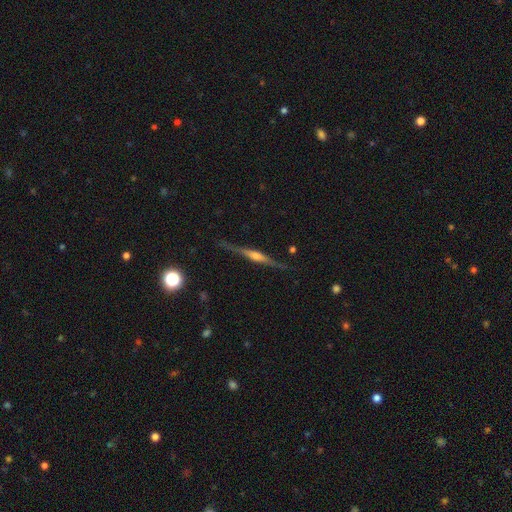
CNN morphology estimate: Overall: featured or disk (80%). Edge-on disk: yes (98%). Edge-on bulge: rounded (78%). Merging: none (85%).